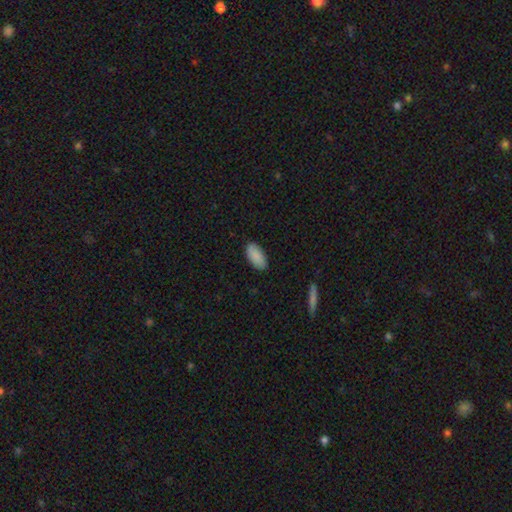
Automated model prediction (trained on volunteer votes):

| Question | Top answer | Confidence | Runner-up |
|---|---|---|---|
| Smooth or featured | smooth | 90% | star or artifact (6%) |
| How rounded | in between | 94% | cigar-shaped (5%) |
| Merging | none | 88% | minor disturbance (9%) |